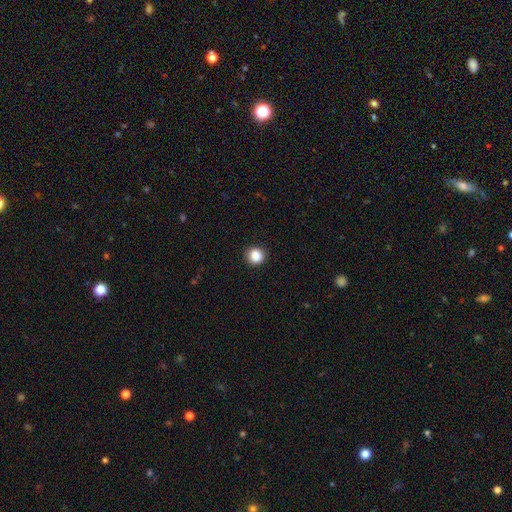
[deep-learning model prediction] smooth 87%, star or artifact 10%, featured or disk 3%. Down the decision tree: how rounded — round (93%); merging — none (91%).